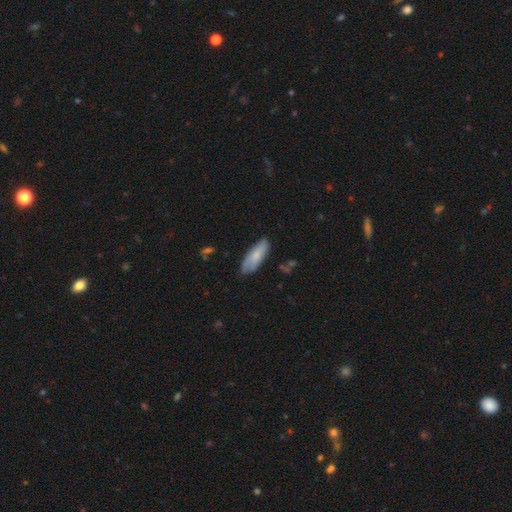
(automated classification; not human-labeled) This is likely a smooth galaxy (71%). How rounded: likely in between (65%). Merging: likely none (73%).